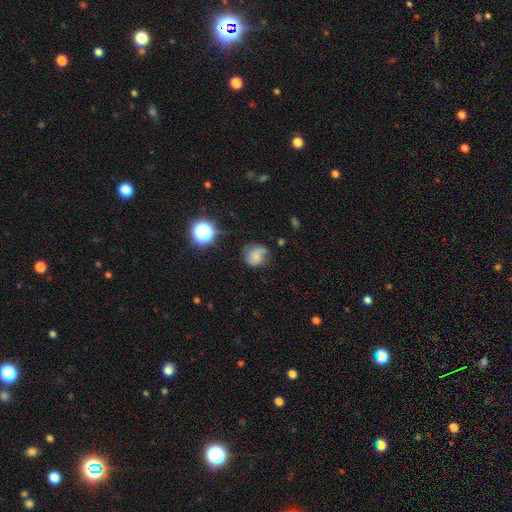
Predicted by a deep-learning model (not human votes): Smooth or featured: smooth — 67% (featured or disk — 18%)
How rounded: round — 74% (in between — 25%)
Merging: none — 51% (minor disturbance — 31%)